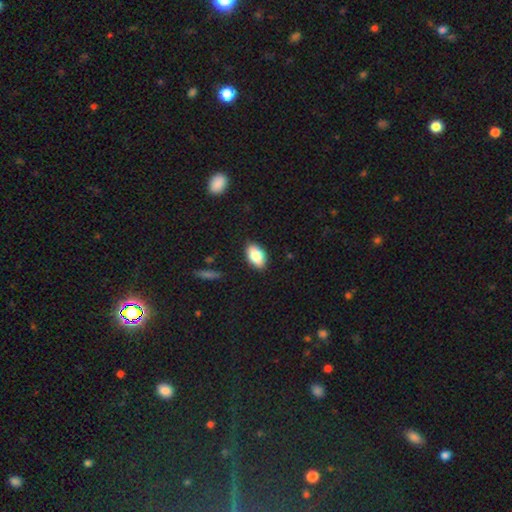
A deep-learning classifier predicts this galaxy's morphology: Smooth or featured?
  - smooth: 82% *
  - featured or disk: 11%
  - star or artifact: 7%
How rounded?
  - in between: 92% *
  - round: 6%
  - cigar-shaped: 3%
Merging?
  - none: 87% *
  - minor disturbance: 10%
  - major disturbance: 2%
  - merger: 1%